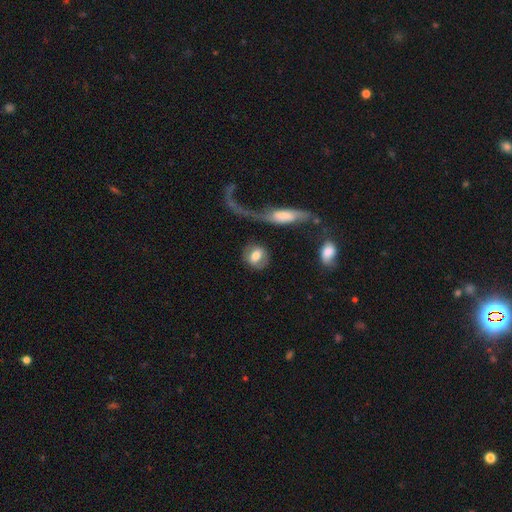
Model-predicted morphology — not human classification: Q: Smooth or featured?
A: smooth (69%); runner-up: featured or disk (25%)
Q: How rounded?
A: round (61%); runner-up: in between (36%)
Q: Merging?
A: none (67%); runner-up: minor disturbance (13%)